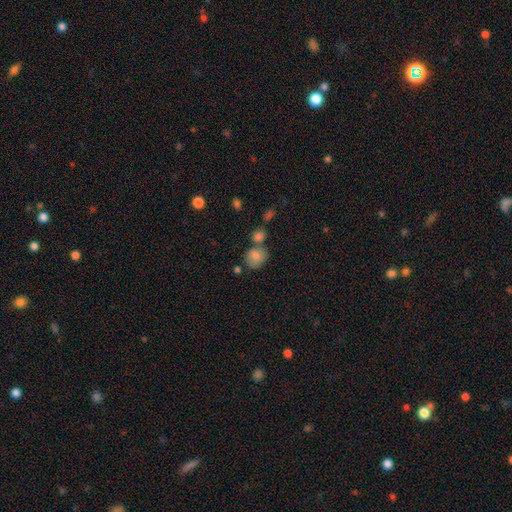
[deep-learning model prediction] Smooth or featured?
  - smooth: 82% *
  - star or artifact: 9%
  - featured or disk: 9%
How rounded?
  - round: 65% *
  - in between: 34%
  - cigar-shaped: 1%
Merging?
  - none: 49% *
  - merger: 29%
  - minor disturbance: 16%
  - major disturbance: 6%